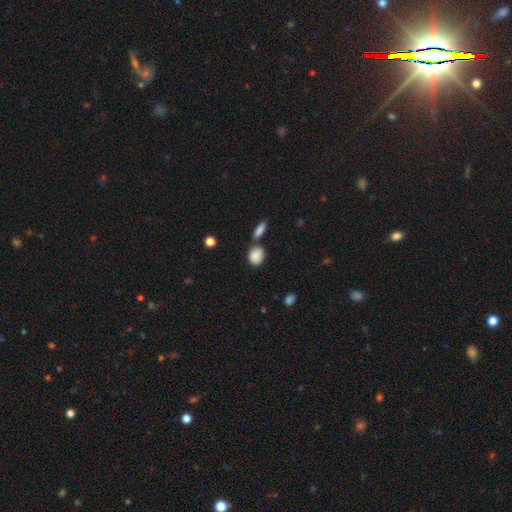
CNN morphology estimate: The model was most divided on "how rounded": in between: 53%, round: 45%, cigar-shaped: 2%. More confident: smooth or featured — smooth (87%); merging — none (63%).